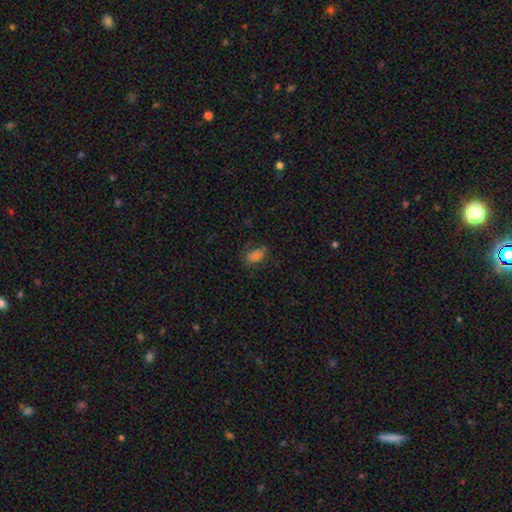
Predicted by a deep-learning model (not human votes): Smooth or featured?
  - smooth: 68% *
  - featured or disk: 17%
  - star or artifact: 15%
How rounded?
  - in between: 85% *
  - round: 11%
  - cigar-shaped: 4%
Merging?
  - none: 67% *
  - minor disturbance: 23%
  - major disturbance: 9%
  - merger: 2%